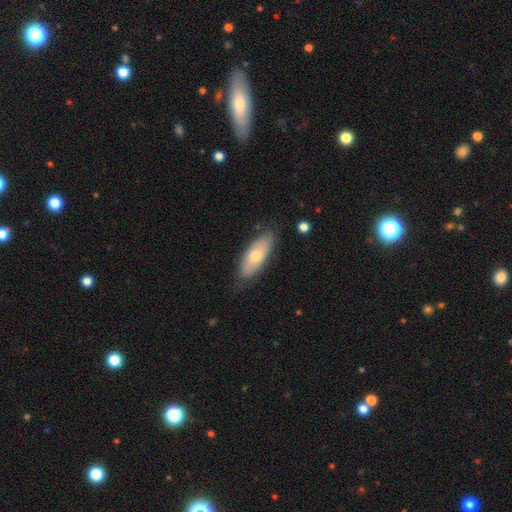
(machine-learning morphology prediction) Q: Smooth or featured?
A: smooth (64%); runner-up: featured or disk (30%)
Q: How rounded?
A: in between (75%); runner-up: cigar-shaped (23%)
Q: Merging?
A: none (79%); runner-up: minor disturbance (16%)